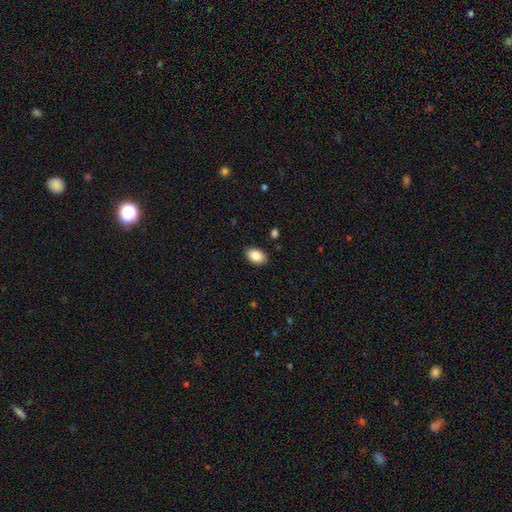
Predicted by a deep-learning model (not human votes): Smooth or featured? smooth (87%)
How rounded? in between (89%)
Merging? none (88%)